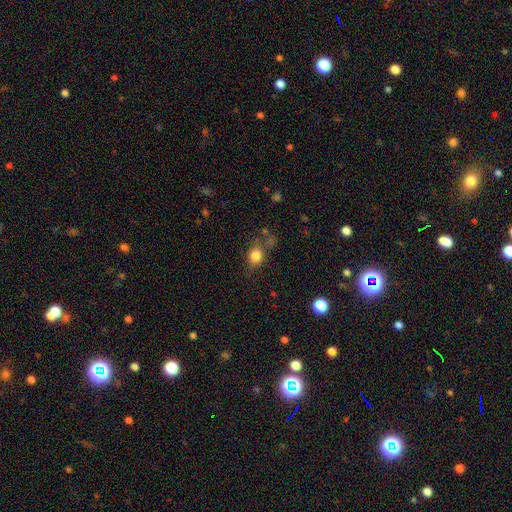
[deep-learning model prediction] smooth_or_featured: smooth (p=0.78) [alt: star or artifact p=0.12]
how_rounded: round (p=0.66) [alt: in between p=0.32]
merging: none (p=0.57) [alt: minor disturbance p=0.23]